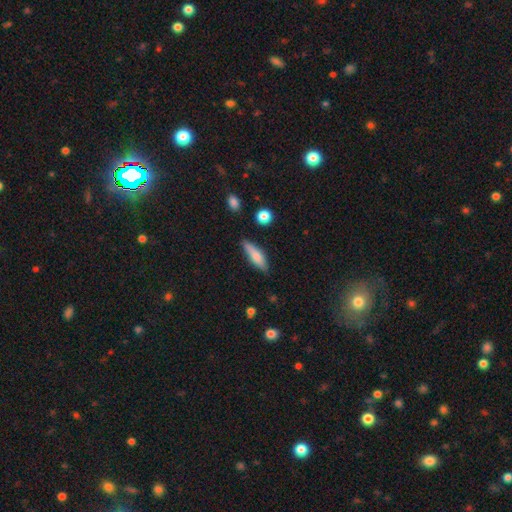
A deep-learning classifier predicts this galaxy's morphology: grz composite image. It shows a smooth galaxy with no disk features (73%) that is cigar-shaped (64%). Merging: none (76%).